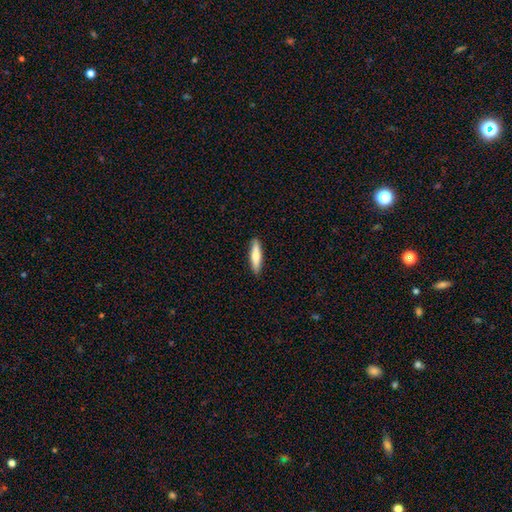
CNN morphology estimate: Smooth or featured: smooth — 71% (featured or disk — 24%)
How rounded: cigar-shaped — 77% (in between — 22%)
Merging: none — 90% (minor disturbance — 8%)